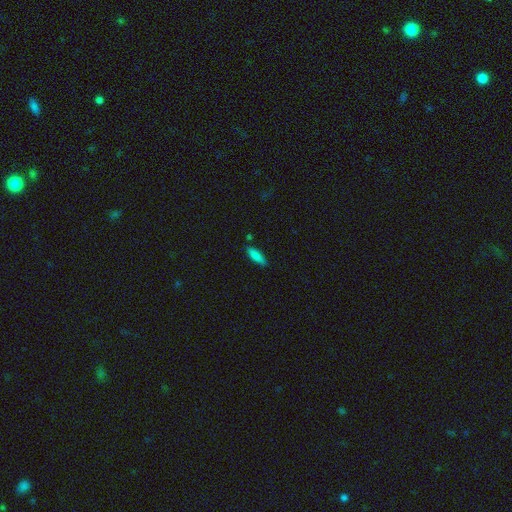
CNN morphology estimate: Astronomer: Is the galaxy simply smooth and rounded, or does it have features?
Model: smooth — 84%.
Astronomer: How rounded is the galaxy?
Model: cigar-shaped — 54% (runner-up: in between, 45%).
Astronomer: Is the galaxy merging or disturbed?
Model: none — 82%.